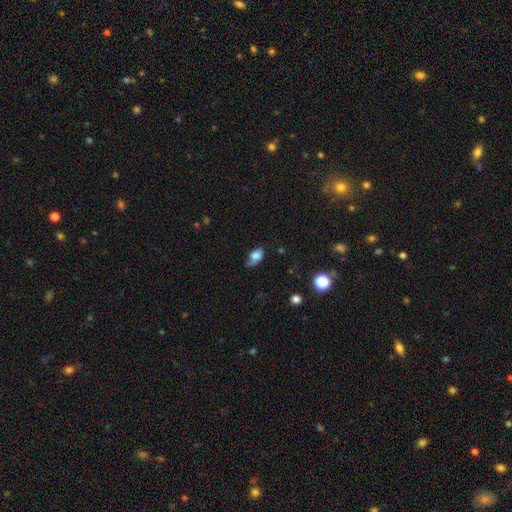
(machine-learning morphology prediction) Overall: smooth (72%). How rounded: in between (86%). Merging: none (46%; minor disturbance 38%).